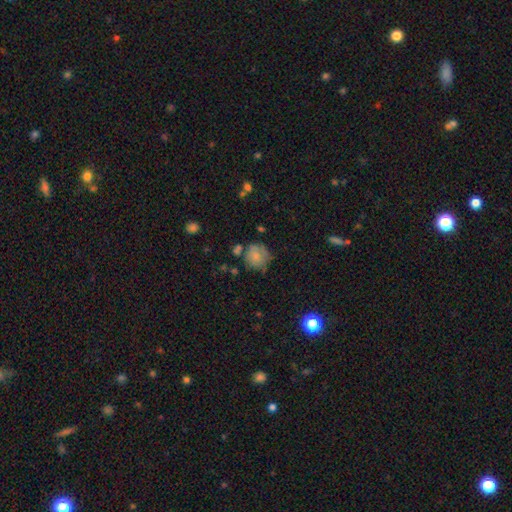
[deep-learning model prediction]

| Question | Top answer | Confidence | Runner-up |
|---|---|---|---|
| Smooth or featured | smooth | 73% | featured or disk (17%) |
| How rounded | round | 85% | in between (14%) |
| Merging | none | 58% | minor disturbance (25%) |